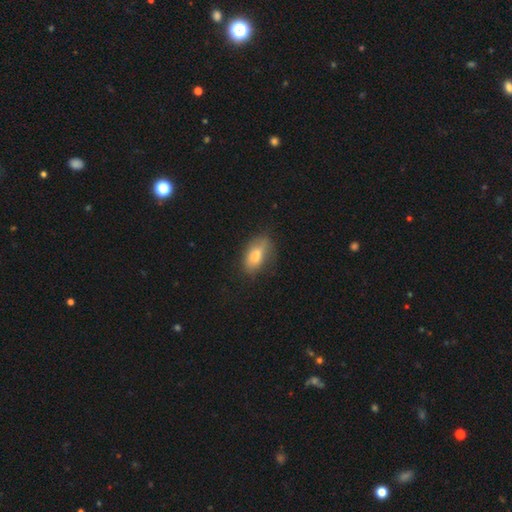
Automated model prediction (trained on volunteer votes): Overall: smooth (74%). How rounded: in between (88%). Merging: none (53%; minor disturbance 27%).